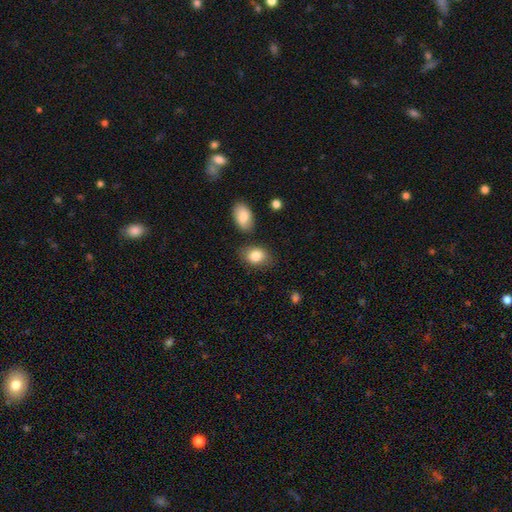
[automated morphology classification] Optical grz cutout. It shows a smooth galaxy with no disk features (84%) that is in between round and cigar-shaped (72%). Merging: none (73%).